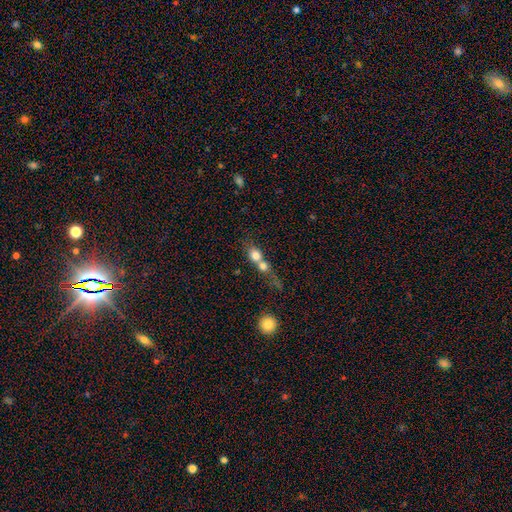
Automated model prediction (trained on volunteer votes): Smooth or featured? smooth (73%)
How rounded? round (65%)
Merging? merger (68%)